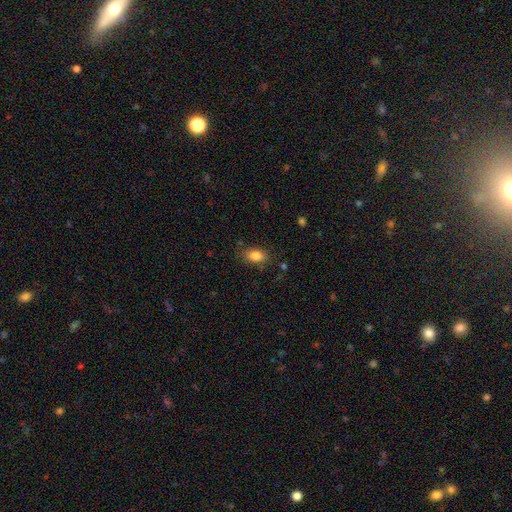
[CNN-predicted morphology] Smooth or featured?
  - smooth: 85% *
  - star or artifact: 8%
  - featured or disk: 7%
How rounded?
  - in between: 88% *
  - round: 9%
  - cigar-shaped: 3%
Merging?
  - none: 80% *
  - minor disturbance: 14%
  - major disturbance: 4%
  - merger: 2%